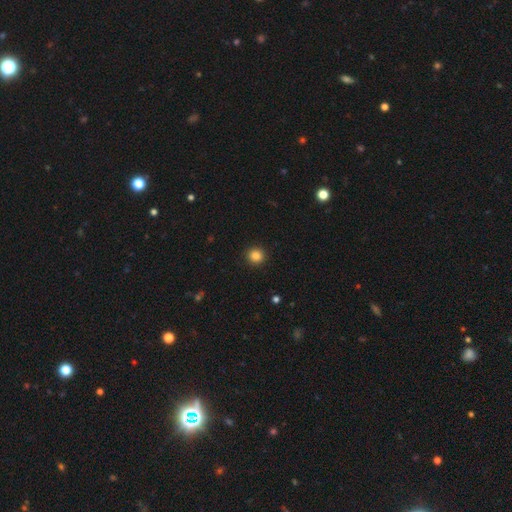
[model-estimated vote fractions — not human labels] A smooth galaxy with no disk features (85%) that is round (93%).

Vote fractions:
- Smooth or featured? smooth: 85% / star or artifact: 11% / featured or disk: 3%
- How rounded? round: 93% / in between: 6% / cigar-shaped: 1%
- Merging? none: 92% / minor disturbance: 5% / major disturbance: 2% / merger: 1%